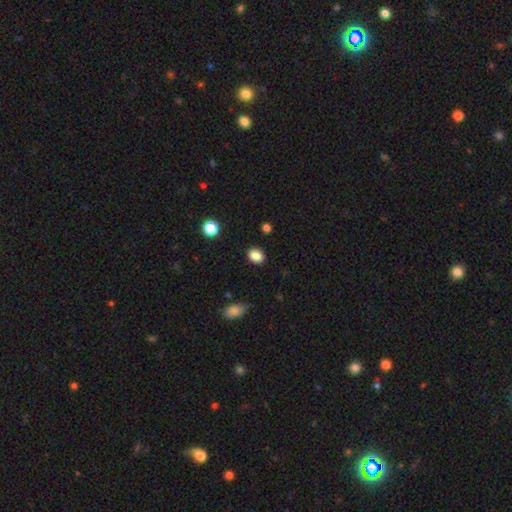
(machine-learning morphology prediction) Smooth or featured? Predicted: smooth (p=0.86). How rounded? Predicted: round (p=0.51). Merging? Predicted: none (p=0.88).